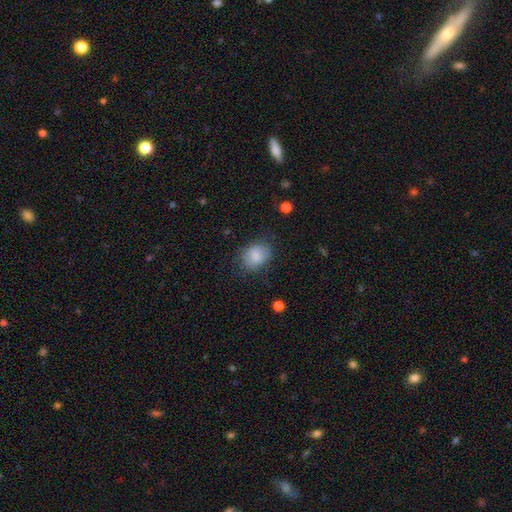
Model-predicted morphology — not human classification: smooth_or_featured: smooth (p=0.77) [alt: featured or disk p=0.15]
how_rounded: in between (p=0.64) [alt: round p=0.35]
merging: none (p=0.66) [alt: minor disturbance p=0.23]